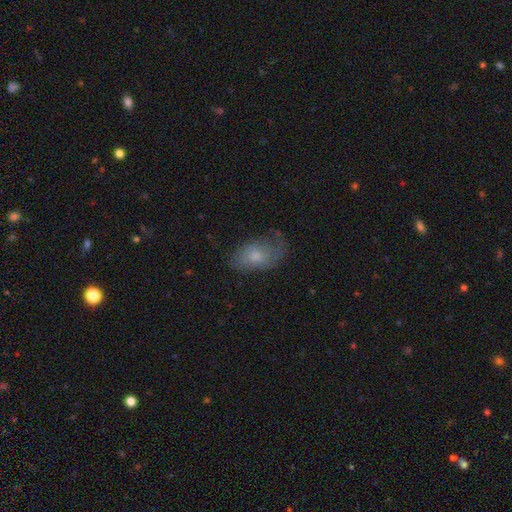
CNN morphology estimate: Smooth or featured: smooth — 59% (featured or disk — 33%)
How rounded: in between — 90% (round — 8%)
Merging: none — 49% (minor disturbance — 30%)